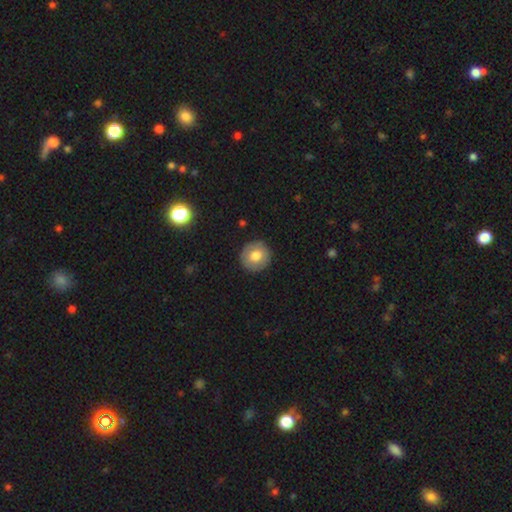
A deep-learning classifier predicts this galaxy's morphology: Smooth or featured: smooth — 75% (featured or disk — 18%)
How rounded: round — 93% (in between — 6%)
Merging: none — 90% (minor disturbance — 7%)